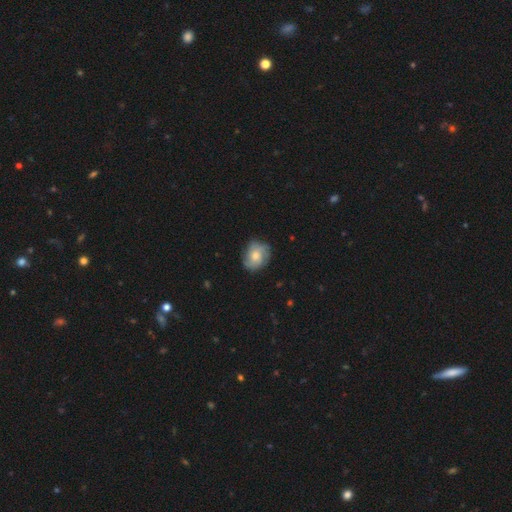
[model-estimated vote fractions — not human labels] Smooth or featured?
  - featured or disk: 54% *
  - smooth: 39%
  - star or artifact: 8%
Edge-on disk?
  - no: 97% *
  - yes: 3%
Bar?
  - no: 76% *
  - weak: 21%
  - strong: 3%
Spiral arms?
  - yes: 86% *
  - no: 14%
Bulge size?
  - moderate: 63% *
  - small: 23%
  - large: 10%
  - none: 3%
  - dominant: 1%
Merging?
  - none: 76% *
  - minor disturbance: 17%
  - major disturbance: 6%
  - merger: 1%